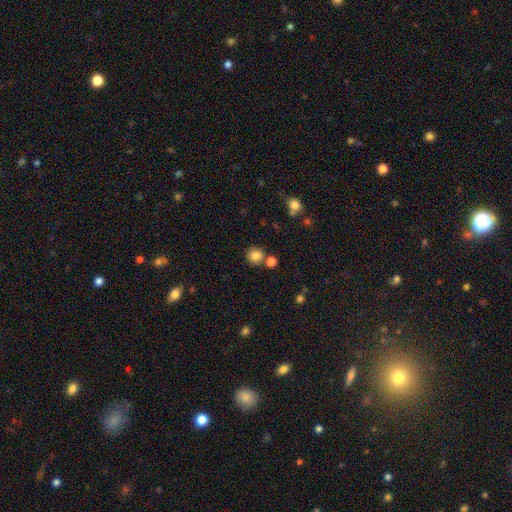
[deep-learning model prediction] A smooth galaxy with no disk features (83%) that is round (90%).

Vote fractions:
- Smooth or featured? smooth: 83% / star or artifact: 11% / featured or disk: 6%
- How rounded? round: 90% / in between: 9% / cigar-shaped: 1%
- Merging? none: 74% / merger: 14% / minor disturbance: 9% / major disturbance: 3%